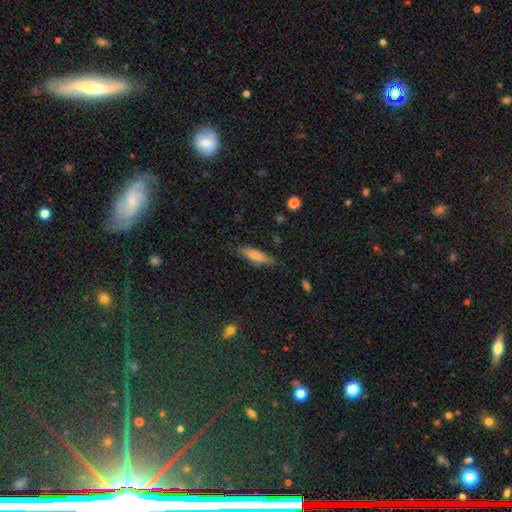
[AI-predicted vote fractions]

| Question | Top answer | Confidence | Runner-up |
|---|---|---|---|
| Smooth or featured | smooth | 75% | featured or disk (18%) |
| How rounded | cigar-shaped | 64% | in between (34%) |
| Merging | none | 81% | minor disturbance (15%) |